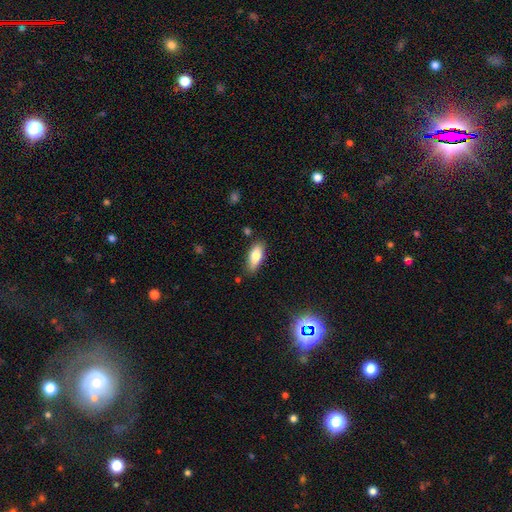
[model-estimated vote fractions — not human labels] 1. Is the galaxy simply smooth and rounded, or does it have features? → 78% smooth, 15% featured or disk, 7% star or artifact.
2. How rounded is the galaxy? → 76% in between, 21% cigar-shaped, 2% round.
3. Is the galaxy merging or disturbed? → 79% none, 15% minor disturbance, 3% major disturbance, 3% merger.